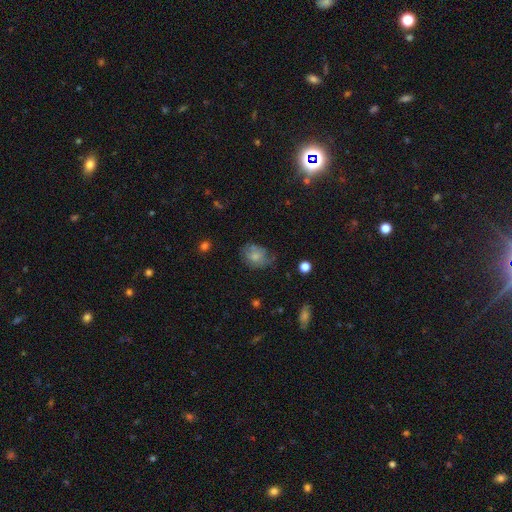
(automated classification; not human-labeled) Morphology: type=smooth (68%); roundness=in between (61%); merging=none (50%).